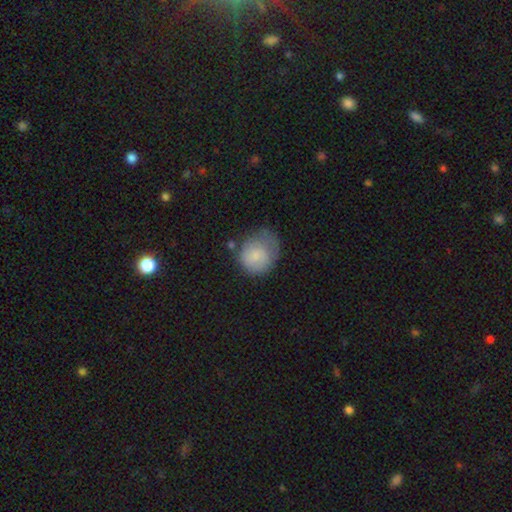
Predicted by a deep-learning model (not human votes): A smooth galaxy with no disk features (76%) that is round (74%). Merging: none (38%).